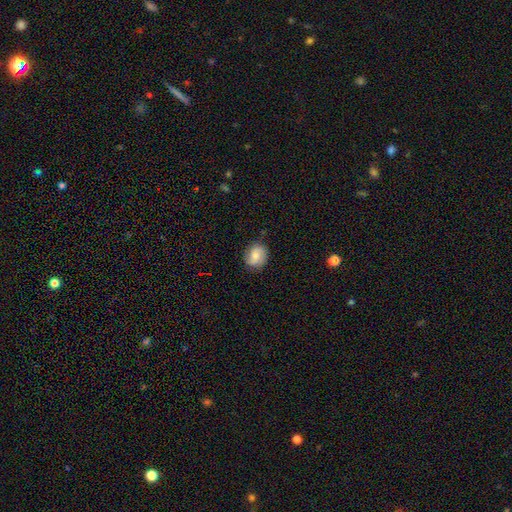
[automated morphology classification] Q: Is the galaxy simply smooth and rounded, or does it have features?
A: smooth — 50%.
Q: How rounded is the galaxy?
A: round — 65%.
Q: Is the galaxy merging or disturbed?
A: none — 81%.